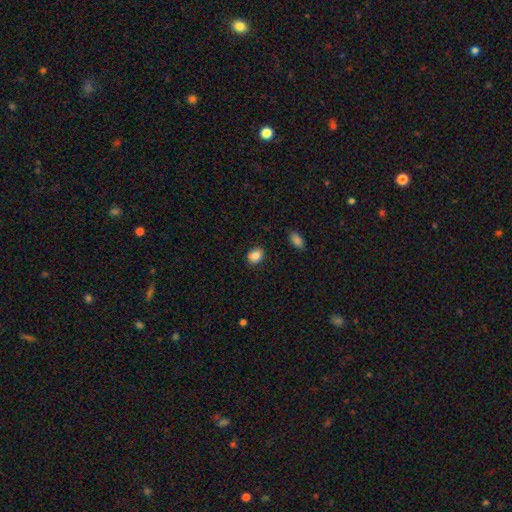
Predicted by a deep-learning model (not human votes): Overall: smooth (84%). How rounded: in between (56%; round 42%). Merging: none (82%).